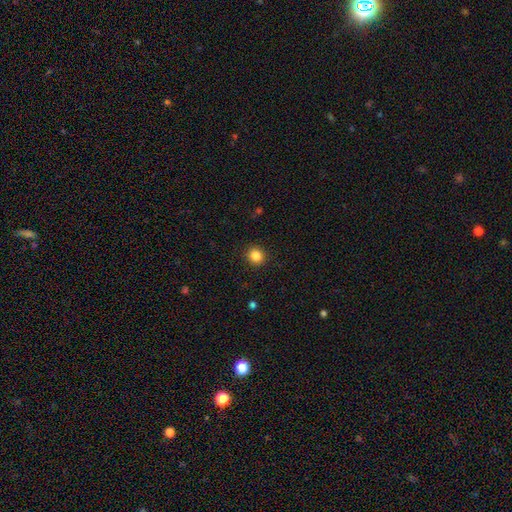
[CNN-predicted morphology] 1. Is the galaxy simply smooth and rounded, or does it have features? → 85% smooth, 11% star or artifact, 4% featured or disk.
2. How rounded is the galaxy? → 89% round, 10% in between, 1% cigar-shaped.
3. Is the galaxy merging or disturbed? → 91% none, 6% minor disturbance, 2% major disturbance, 1% merger.